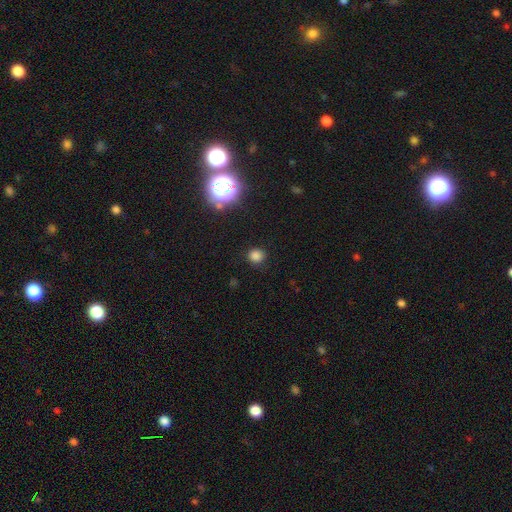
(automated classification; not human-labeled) Smooth or featured?
  - smooth: 78% *
  - star or artifact: 18%
  - featured or disk: 4%
How rounded?
  - round: 85% *
  - in between: 14%
  - cigar-shaped: 1%
Merging?
  - none: 87% *
  - minor disturbance: 8%
  - major disturbance: 3%
  - merger: 1%